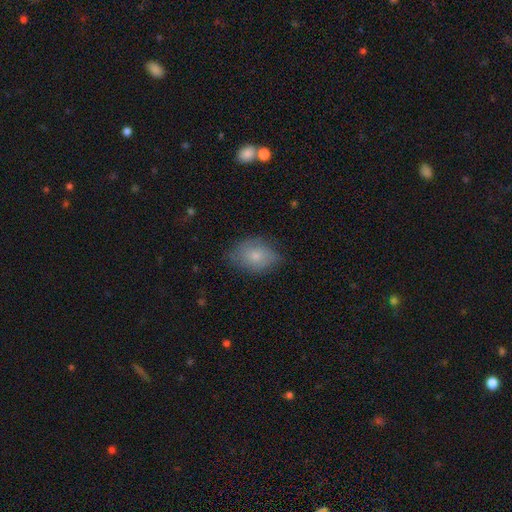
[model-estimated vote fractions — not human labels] Smooth or featured?
  - smooth: 72% *
  - featured or disk: 20%
  - star or artifact: 8%
How rounded?
  - in between: 73% *
  - round: 25%
  - cigar-shaped: 1%
Merging?
  - none: 69% *
  - minor disturbance: 25%
  - major disturbance: 6%
  - merger: 1%